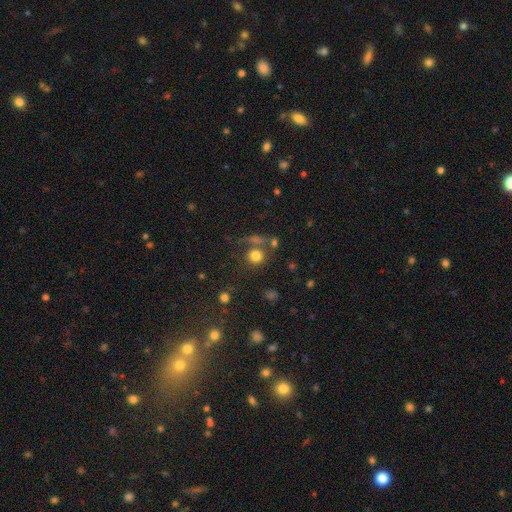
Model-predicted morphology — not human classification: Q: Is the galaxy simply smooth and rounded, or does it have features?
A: smooth — 77%.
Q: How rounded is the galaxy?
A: round — 89%.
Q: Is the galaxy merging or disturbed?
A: none — 65%.